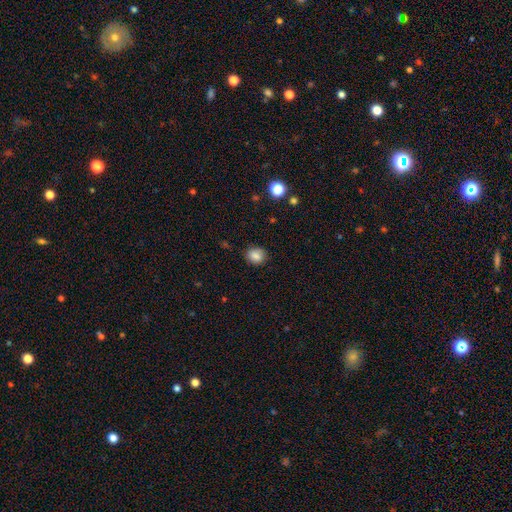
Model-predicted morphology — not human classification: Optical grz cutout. It shows a smooth galaxy with no disk features (85%) that is round (64%). Merging: none (84%).